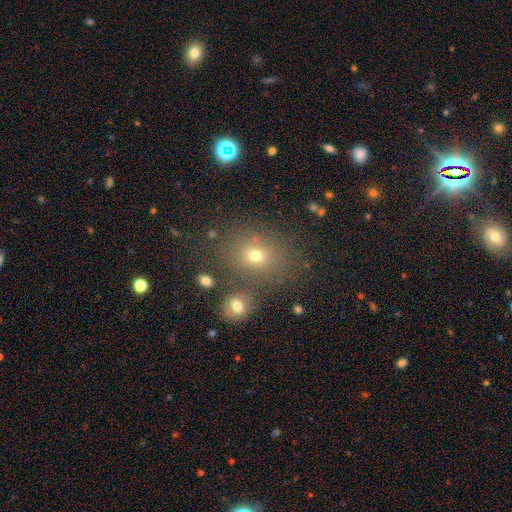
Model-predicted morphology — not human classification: Q: Smooth or featured?
A: smooth (67%); runner-up: star or artifact (21%)
Q: How rounded?
A: round (57%); runner-up: in between (42%)
Q: Merging?
A: none (71%); runner-up: merger (13%)